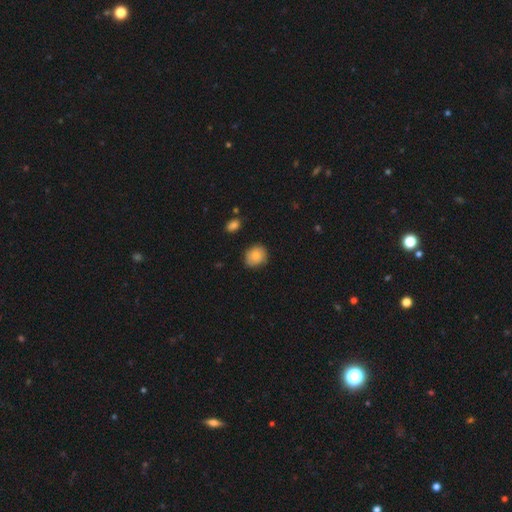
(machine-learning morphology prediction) Smooth or featured? Predicted: smooth (p=0.81). How rounded? Predicted: round (p=0.62). Merging? Predicted: none (p=0.77).